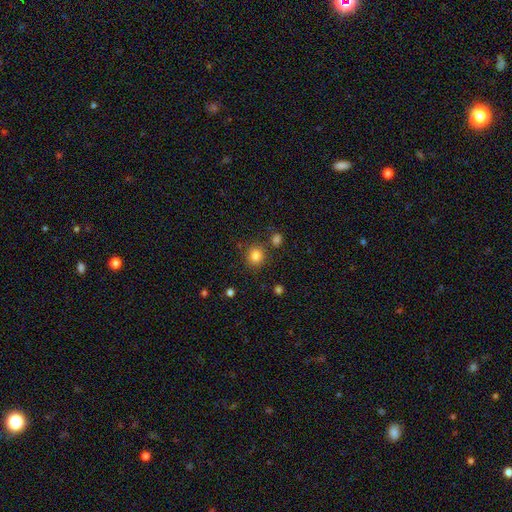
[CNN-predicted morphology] Smooth or featured?
  - smooth: 83% *
  - star or artifact: 12%
  - featured or disk: 5%
How rounded?
  - round: 88% *
  - in between: 12%
  - cigar-shaped: 1%
Merging?
  - none: 82% *
  - minor disturbance: 8%
  - merger: 6%
  - major disturbance: 3%